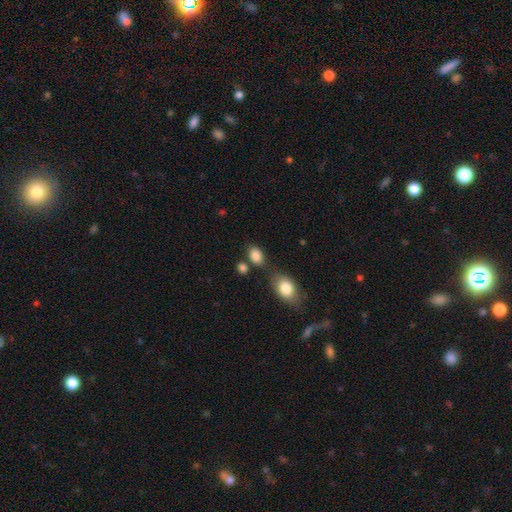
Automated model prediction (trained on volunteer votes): Overall: smooth (86%). How rounded: in between (82%). Merging: none (61%).